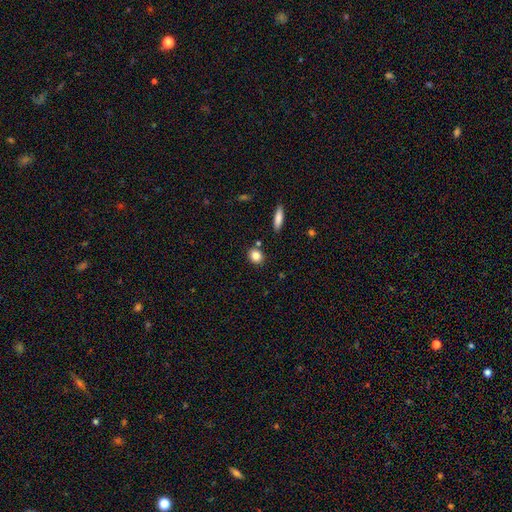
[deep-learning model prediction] Overall: smooth (83%). How rounded: round (68%; in between 29%). Merging: none (83%).